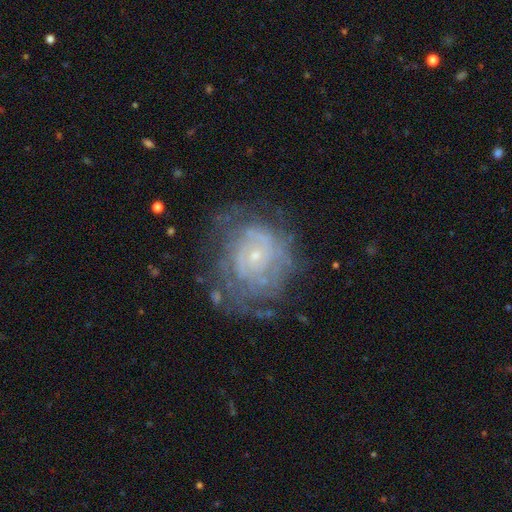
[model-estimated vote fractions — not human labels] A featured or disk galaxy (78%) with no bar (75%), tight (72%) spiral arms (87%) and a small central bulge (81%).

Vote fractions:
- Smooth or featured? featured or disk: 78% / smooth: 13% / star or artifact: 8%
- Edge-on disk? no: 97% / yes: 3%
- Bar? no: 75% / weak: 21% / strong: 4%
- Spiral arms? yes: 87% / no: 13%
- Spiral winding? tight: 72% / medium: 22% / loose: 6%
- Spiral arm count? can't tell: 49% / 2: 17% / 3: 12% / 4: 10% / more than 4: 7% / 1: 5%
- Bulge size? small: 81% / moderate: 14% / none: 3% / large: 1% / dominant: 1%
- Merging? none: 65% / minor disturbance: 20% / major disturbance: 13% / merger: 2%